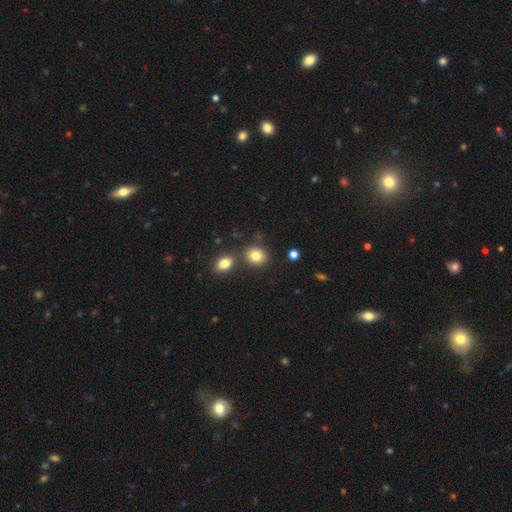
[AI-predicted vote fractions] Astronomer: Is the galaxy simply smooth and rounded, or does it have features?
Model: smooth — 82%.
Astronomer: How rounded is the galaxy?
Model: round — 70%.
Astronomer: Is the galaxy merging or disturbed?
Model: none — 77%.